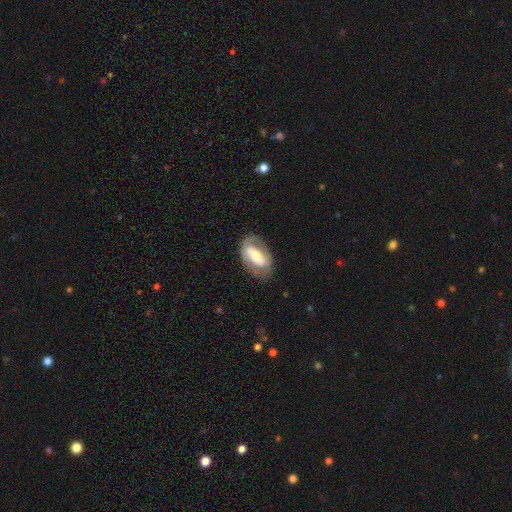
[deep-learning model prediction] Morphology: type=featured or disk (55%); edge-on=no (92%); merging=none (69%).